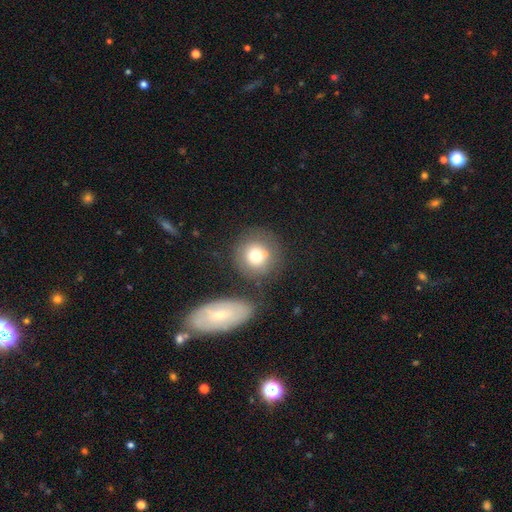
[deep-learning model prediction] Smooth or featured? smooth (73%)
How rounded? round (89%)
Merging? none (60%)